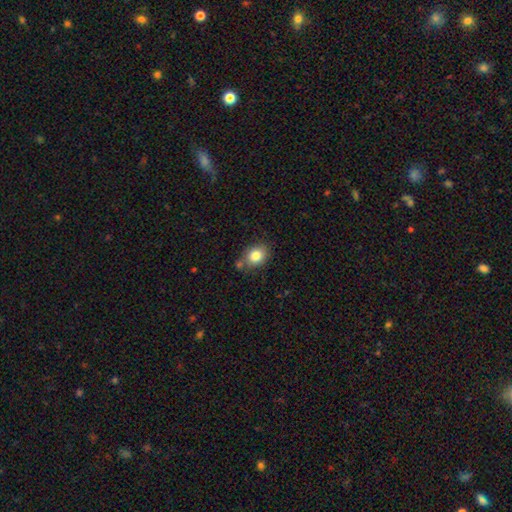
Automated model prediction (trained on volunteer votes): smooth_or_featured: smooth (p=0.82) [alt: star or artifact p=0.09]
how_rounded: in between (p=0.52) [alt: round p=0.47]
merging: none (p=0.69) [alt: minor disturbance p=0.17]